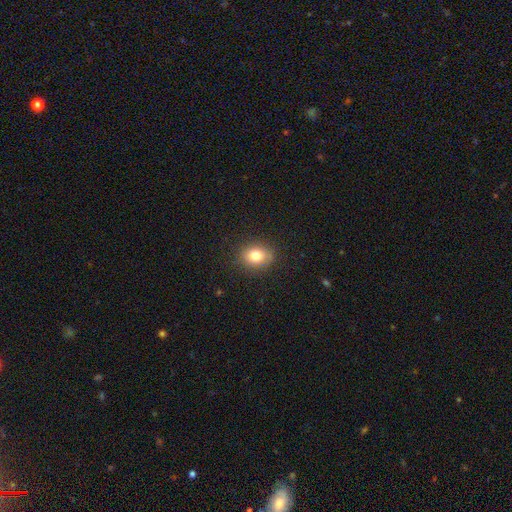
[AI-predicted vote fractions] The model was most divided on "how rounded": in between: 53%, round: 46%, cigar-shaped: 1%. More confident: merging — none (85%); smooth or featured — smooth (81%).